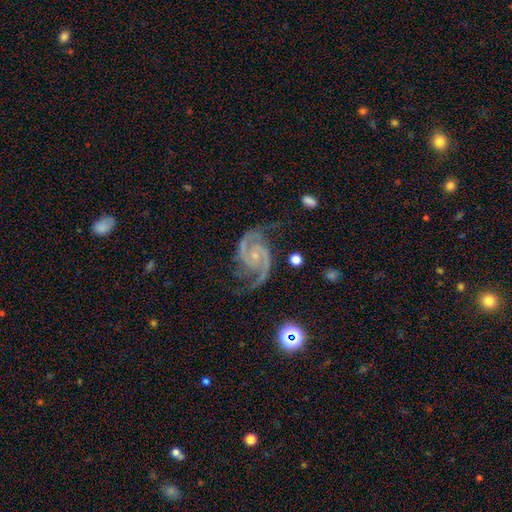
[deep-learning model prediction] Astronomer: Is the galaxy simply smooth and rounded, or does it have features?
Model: featured or disk — 93%.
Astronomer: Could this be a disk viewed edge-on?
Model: no — 98%.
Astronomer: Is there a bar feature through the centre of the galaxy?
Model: no — 67%.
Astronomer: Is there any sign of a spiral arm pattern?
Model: yes — 99%.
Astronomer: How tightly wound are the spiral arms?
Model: medium — 59%.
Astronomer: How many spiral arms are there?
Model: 2 — 90%.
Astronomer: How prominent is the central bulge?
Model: small — 75%.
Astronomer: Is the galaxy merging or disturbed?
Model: none — 72%.